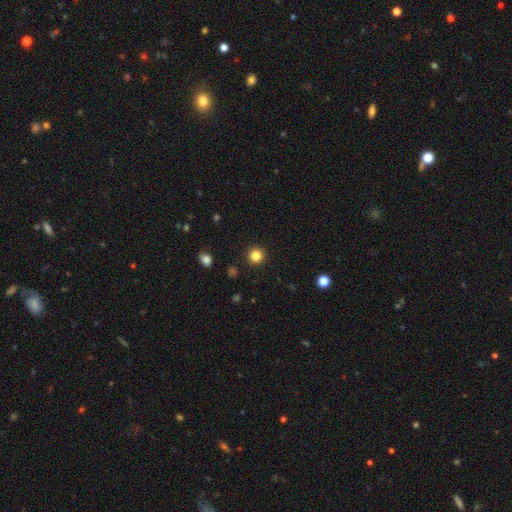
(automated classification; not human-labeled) A smooth galaxy with no disk features (84%) that is round (95%).

Vote fractions:
- Smooth or featured? smooth: 84% / star or artifact: 12% / featured or disk: 4%
- How rounded? round: 95% / in between: 4% / cigar-shaped: 1%
- Merging? none: 93% / minor disturbance: 4% / major disturbance: 2% / merger: 1%